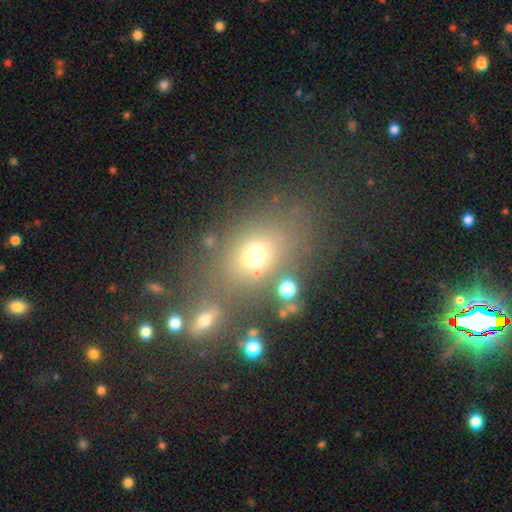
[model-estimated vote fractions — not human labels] Smooth or featured? Predicted: smooth (p=0.66). How rounded? Predicted: in between (p=0.53). Merging? Predicted: none (p=0.56).